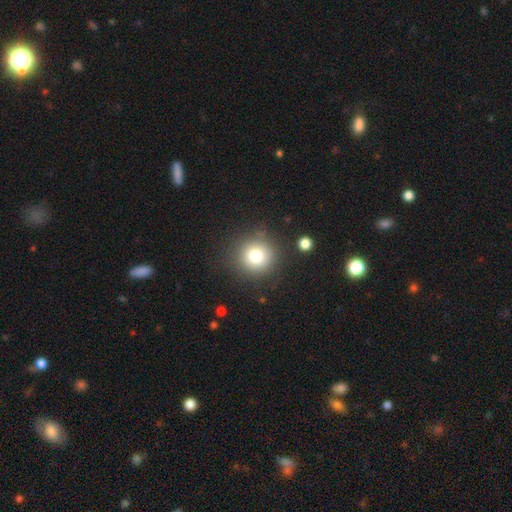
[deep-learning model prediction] Smooth or featured?
  - smooth: 79% *
  - star or artifact: 12%
  - featured or disk: 9%
How rounded?
  - round: 93% *
  - in between: 6%
  - cigar-shaped: 1%
Merging?
  - none: 84% *
  - minor disturbance: 9%
  - major disturbance: 4%
  - merger: 3%